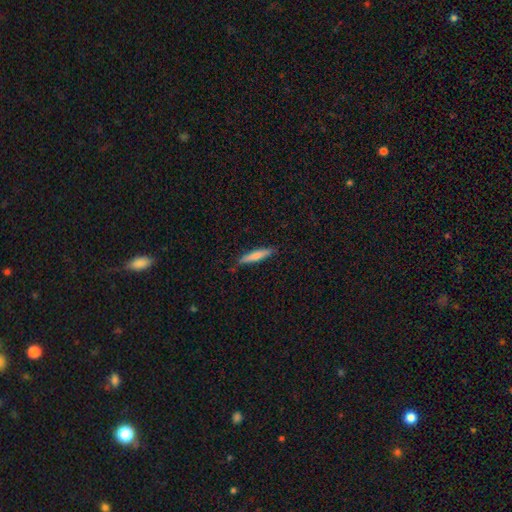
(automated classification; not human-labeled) Q: Smooth or featured?
A: smooth (70%); runner-up: featured or disk (24%)
Q: How rounded?
A: cigar-shaped (90%); runner-up: in between (9%)
Q: Merging?
A: none (82%); runner-up: minor disturbance (14%)